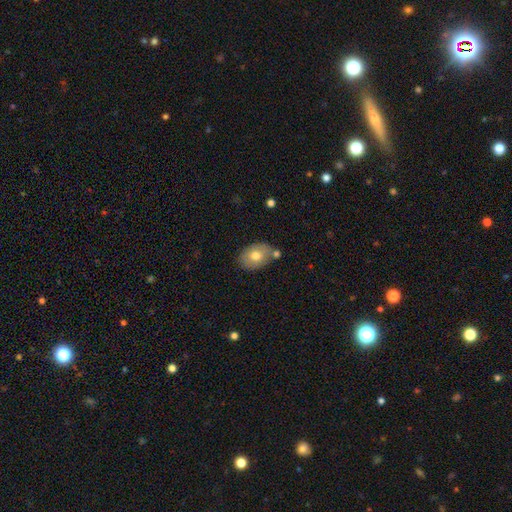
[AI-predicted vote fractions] smooth-or-featured: smooth: 72% | featured or disk: 21% | star or artifact: 7%
  how-rounded: in between: 82% | round: 17% | cigar-shaped: 1%
  merging: none: 68% | minor disturbance: 16% | merger: 12% | major disturbance: 4%